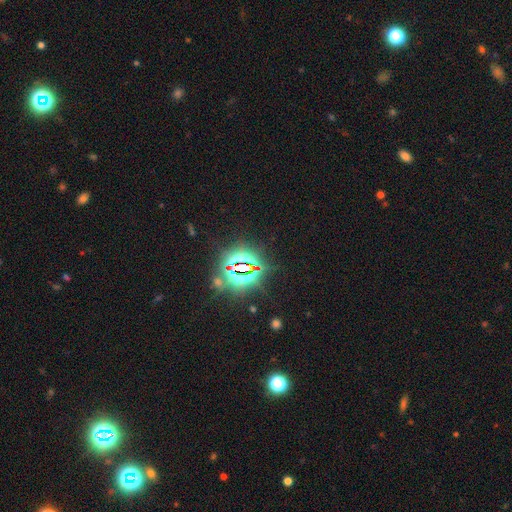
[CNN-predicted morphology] The model was most divided on "smooth or featured": star or artifact: 83%, smooth: 9%, featured or disk: 8%.